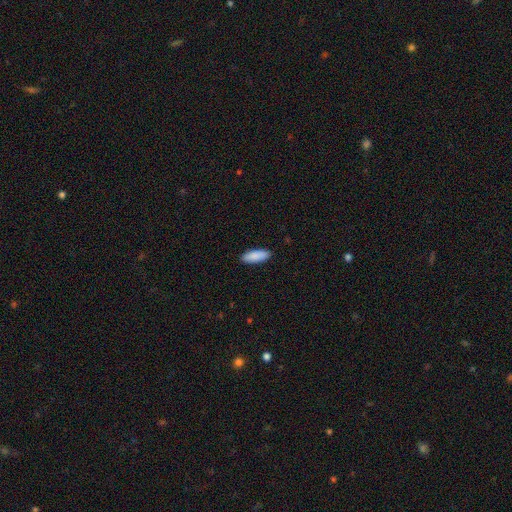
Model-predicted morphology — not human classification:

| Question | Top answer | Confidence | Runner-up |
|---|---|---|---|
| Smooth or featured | smooth | 90% | star or artifact (5%) |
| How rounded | in between | 68% | cigar-shaped (31%) |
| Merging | none | 90% | minor disturbance (7%) |